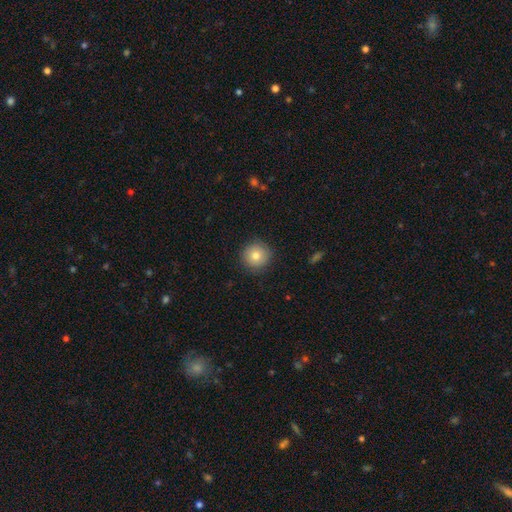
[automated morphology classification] This appears to be a smooth galaxy with no disk features (78%) that is round (95%). Merging: none (88%).